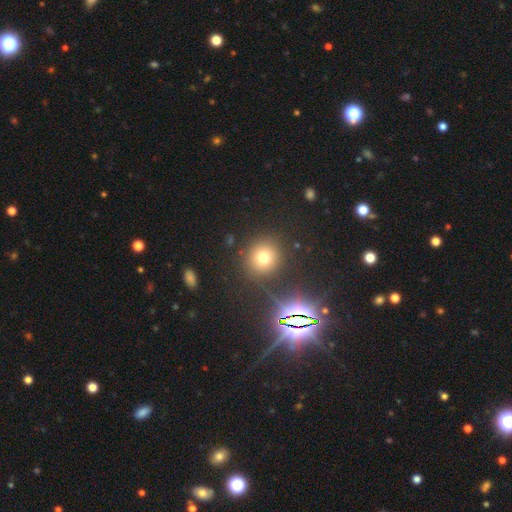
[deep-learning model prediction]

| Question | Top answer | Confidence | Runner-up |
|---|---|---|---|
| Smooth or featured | smooth | 48% | star or artifact (41%) |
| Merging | none | 88% | minor disturbance (6%) |